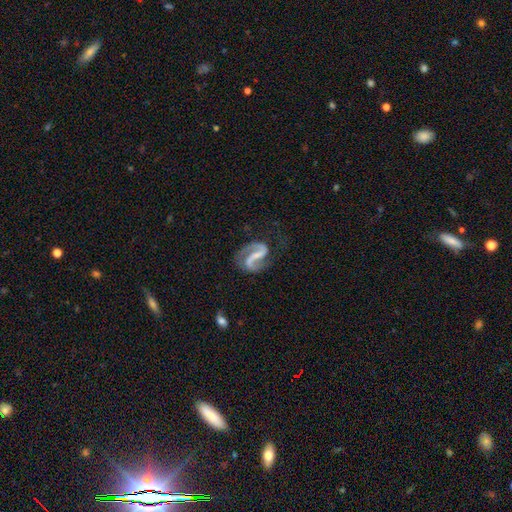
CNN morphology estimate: Smooth or featured? featured or disk (91%)
Edge-on disk? no (98%)
Bar? strong (51%)
Spiral arms? yes (97%)
Spiral winding? medium (52%)
Spiral arm count? 2 (92%)
Bulge size? none (42%)
Merging? none (73%)